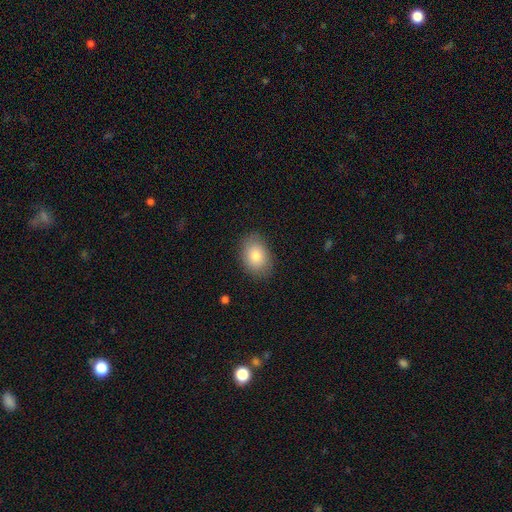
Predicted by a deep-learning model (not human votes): smooth-or-featured: smooth: 82% | featured or disk: 10% | star or artifact: 8%
  how-rounded: in between: 77% | round: 22% | cigar-shaped: 1%
  merging: none: 85% | minor disturbance: 11% | major disturbance: 3% | merger: 1%